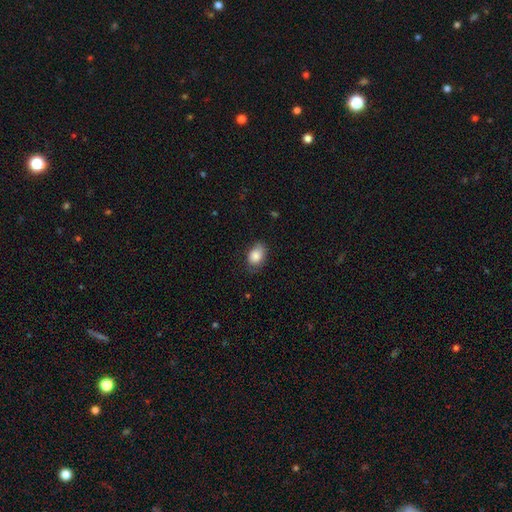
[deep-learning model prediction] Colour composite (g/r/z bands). It shows a smooth galaxy with no disk features (83%) that is in between round and cigar-shaped (83%). Merging: none (69%).